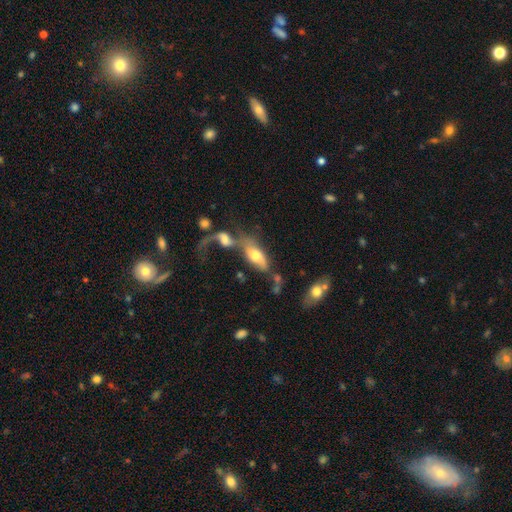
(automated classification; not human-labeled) Smooth or featured: smooth — 54% (featured or disk — 37%)
How rounded: in between — 83% (cigar-shaped — 13%)
Merging: merger — 54% (none — 22%)